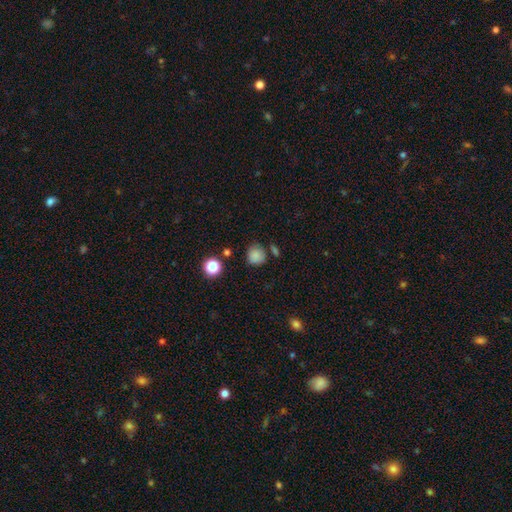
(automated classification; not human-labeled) Overall: smooth (83%). How rounded: round (88%). Merging: none (72%).